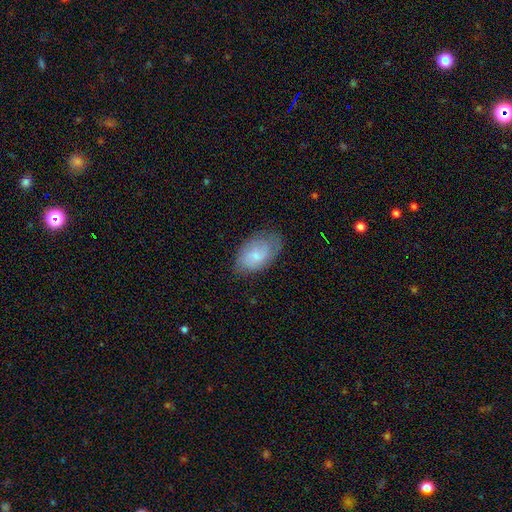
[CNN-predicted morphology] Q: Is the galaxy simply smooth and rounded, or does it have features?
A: smooth — 64%.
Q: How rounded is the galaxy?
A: in between — 92%.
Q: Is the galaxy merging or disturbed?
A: none — 71%.